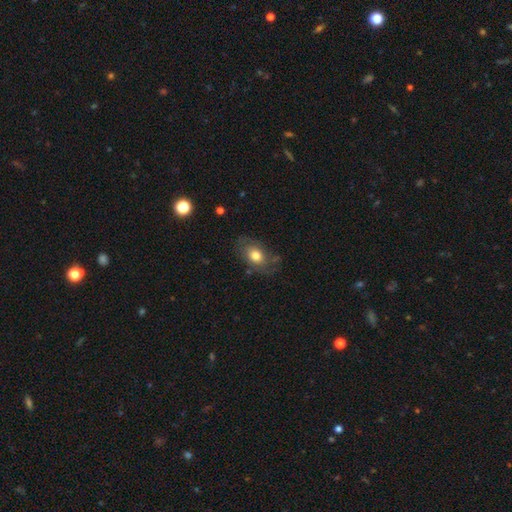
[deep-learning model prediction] smooth_or_featured: smooth (p=0.66) [alt: featured or disk p=0.25]
how_rounded: in between (p=0.77) [alt: round p=0.21]
merging: none (p=0.66) [alt: minor disturbance p=0.23]